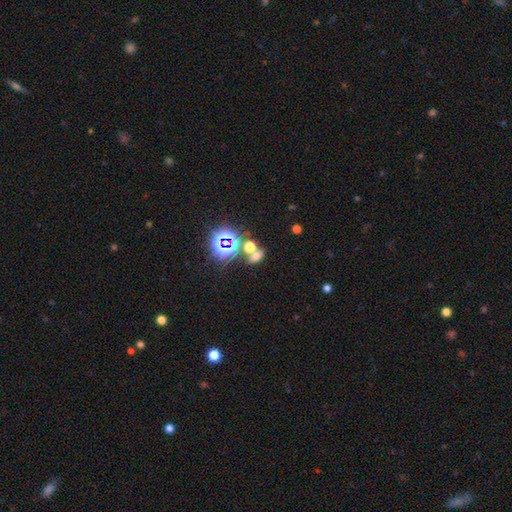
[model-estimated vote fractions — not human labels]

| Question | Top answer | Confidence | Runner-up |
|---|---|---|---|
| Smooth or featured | smooth | 50% | star or artifact (38%) |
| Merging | none | 57% | merger (29%) |